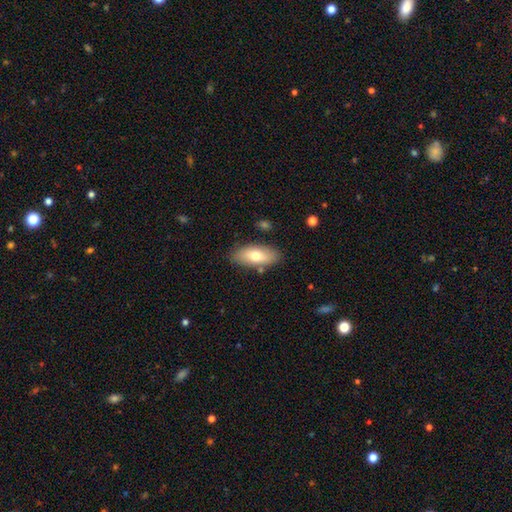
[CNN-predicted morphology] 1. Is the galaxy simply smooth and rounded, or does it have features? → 71% smooth, 23% featured or disk, 7% star or artifact.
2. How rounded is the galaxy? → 86% in between, 11% cigar-shaped, 3% round.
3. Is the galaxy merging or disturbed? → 82% none, 12% minor disturbance, 3% merger, 3% major disturbance.